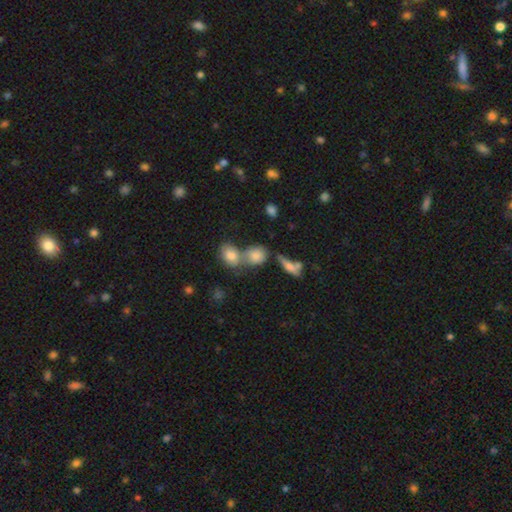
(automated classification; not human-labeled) Morphology: type=smooth (78%); roundness=in between (52%); merging=merger (48%).